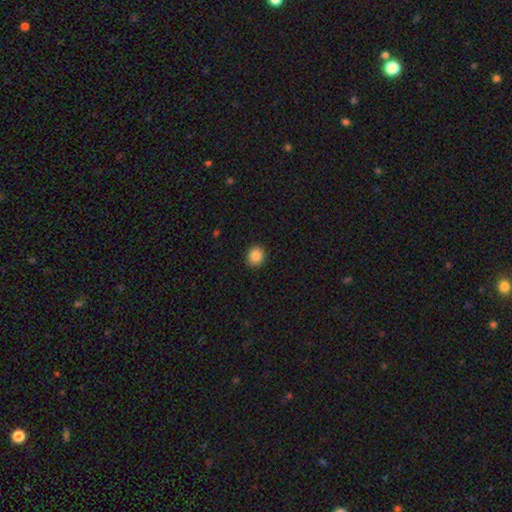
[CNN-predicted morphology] The model was most divided on "how rounded": round: 74%, in between: 26%, cigar-shaped: 1%. More confident: merging — none (91%); smooth or featured — smooth (87%).